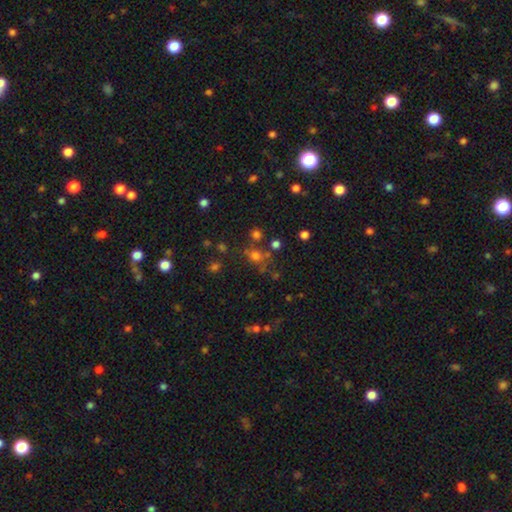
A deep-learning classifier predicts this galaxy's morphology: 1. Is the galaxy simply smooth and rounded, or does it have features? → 57% smooth, 32% star or artifact, 11% featured or disk.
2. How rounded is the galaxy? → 76% round, 23% in between, 2% cigar-shaped.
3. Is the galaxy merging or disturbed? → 63% none, 17% merger, 13% minor disturbance, 7% major disturbance.